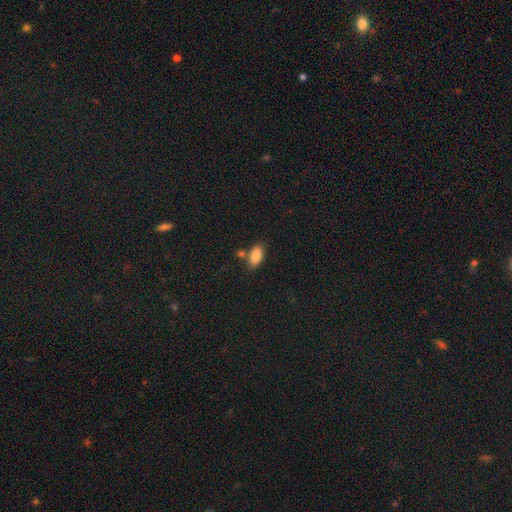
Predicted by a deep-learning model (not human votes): smooth_or_featured: smooth (p=0.86) [alt: star or artifact p=0.08]
how_rounded: in between (p=0.91) [alt: round p=0.05]
merging: none (p=0.70) [alt: merger p=0.14]